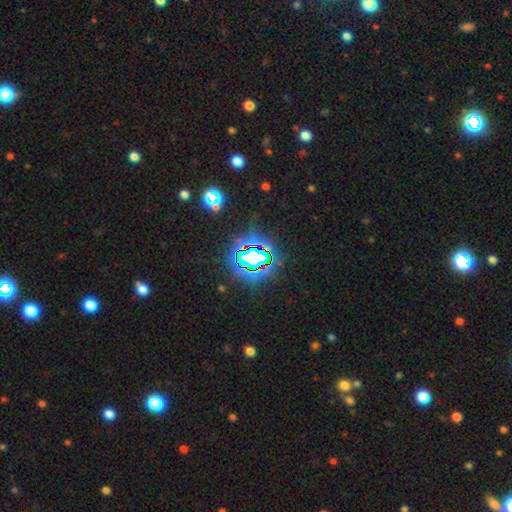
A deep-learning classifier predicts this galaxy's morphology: A star or artifact, not a galaxy (77%).

Vote fractions:
- Smooth or featured? star or artifact: 77% / smooth: 13% / featured or disk: 10%